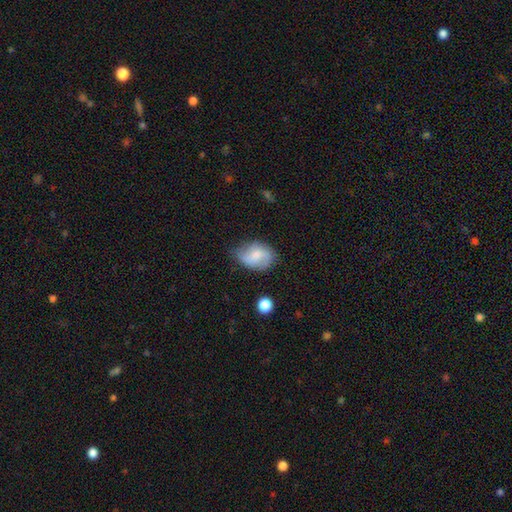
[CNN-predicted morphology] The model was most divided on "smooth or featured": smooth: 50%, featured or disk: 42%, star or artifact: 8%. More confident: how rounded — in between (70%); merging — none (57%).